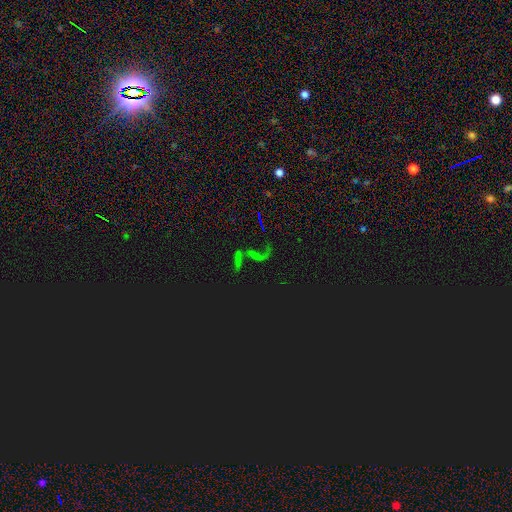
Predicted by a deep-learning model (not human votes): smooth_or_featured: star or artifact (p=0.40) [alt: featured or disk p=0.38]